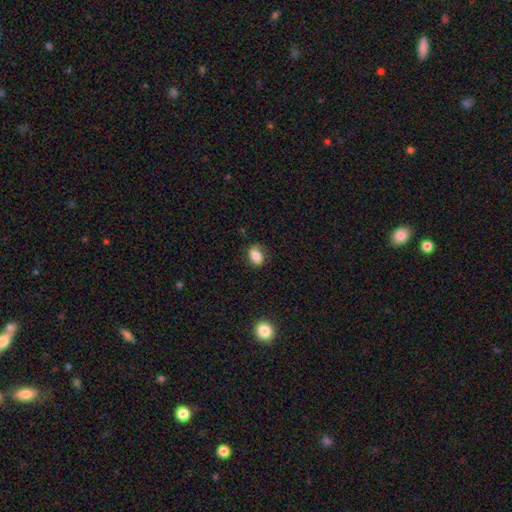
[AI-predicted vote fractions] Smooth or featured? Predicted: smooth (p=0.82). How rounded? Predicted: in between (p=0.67). Merging? Predicted: none (p=0.77).